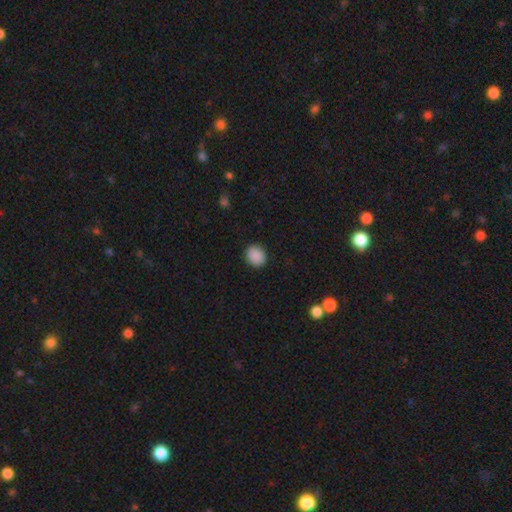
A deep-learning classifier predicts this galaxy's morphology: smooth_or_featured: smooth (p=0.89) [alt: star or artifact p=0.08]
how_rounded: round (p=0.71) [alt: in between p=0.29]
merging: none (p=0.90) [alt: minor disturbance p=0.07]